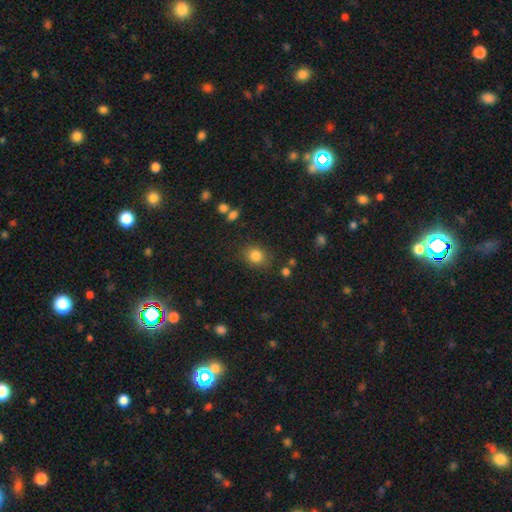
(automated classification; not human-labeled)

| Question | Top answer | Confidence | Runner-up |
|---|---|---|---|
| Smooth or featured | smooth | 83% | star or artifact (11%) |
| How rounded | round | 67% | in between (32%) |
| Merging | none | 82% | minor disturbance (11%) |